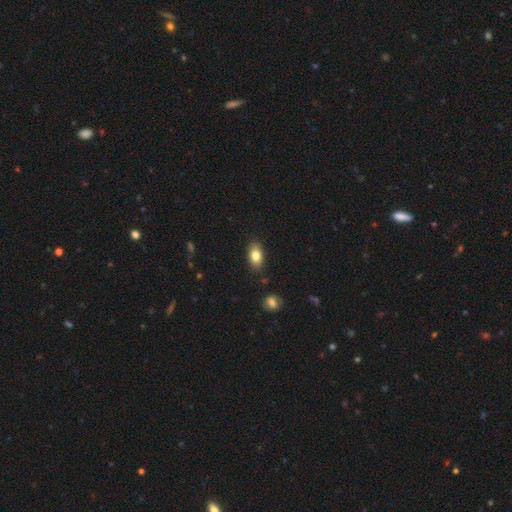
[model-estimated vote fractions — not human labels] Overall: smooth (81%). How rounded: in between (89%). Merging: none (85%).